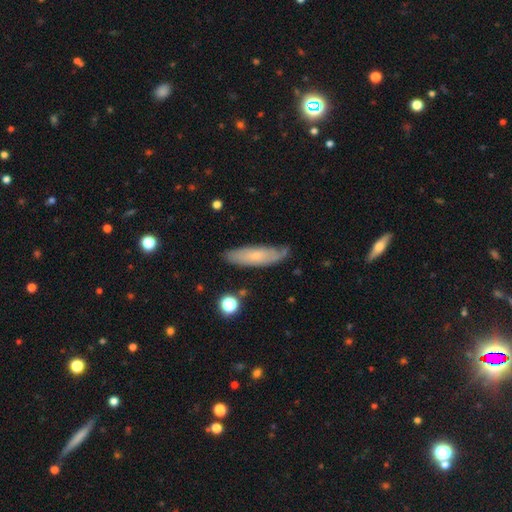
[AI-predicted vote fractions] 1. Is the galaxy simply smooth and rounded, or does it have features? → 58% smooth, 36% featured or disk, 7% star or artifact.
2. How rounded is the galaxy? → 57% cigar-shaped, 41% in between, 2% round.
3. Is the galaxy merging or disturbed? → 74% none, 20% minor disturbance, 4% major disturbance, 2% merger.